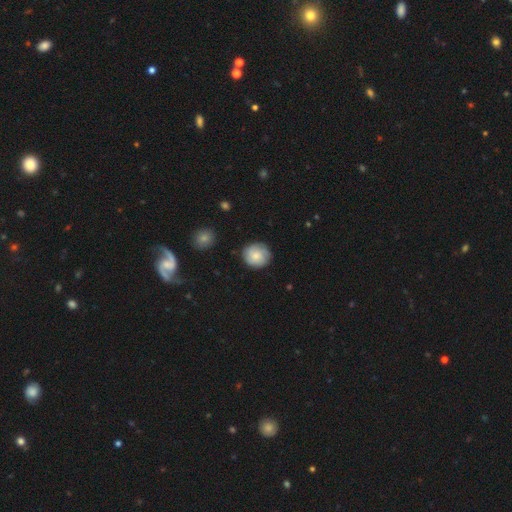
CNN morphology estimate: smooth_or_featured: smooth (p=0.62) [alt: featured or disk p=0.31]
how_rounded: round (p=0.90) [alt: in between p=0.09]
merging: none (p=0.84) [alt: minor disturbance p=0.12]